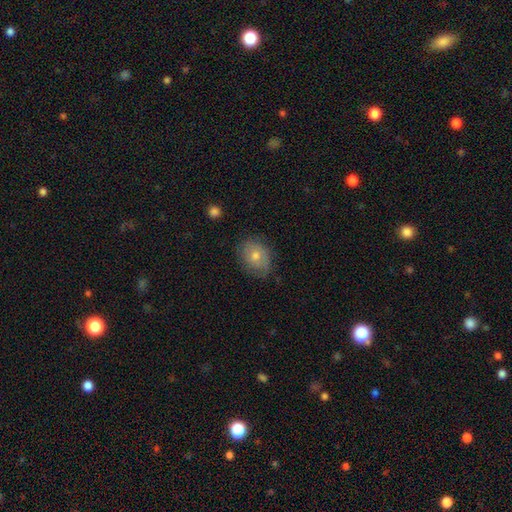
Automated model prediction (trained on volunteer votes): This appears to be a smooth galaxy with no disk features (49%). Merging: none (75%).